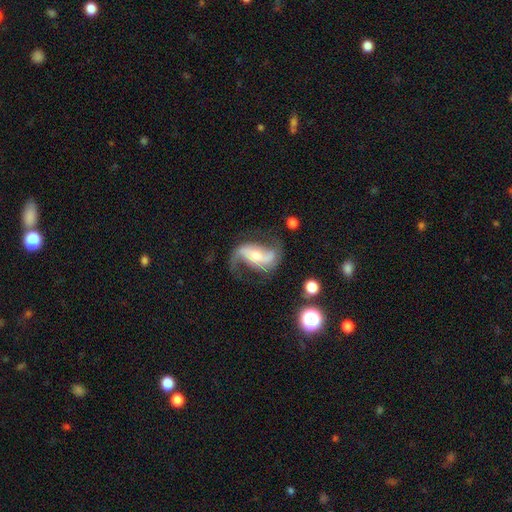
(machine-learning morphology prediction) A featured or disk galaxy (85%) with a strong bar (41%), 2 (87%) loose (63%) spiral arms (95%) and a moderate central bulge (51%). Merging: none (61%).